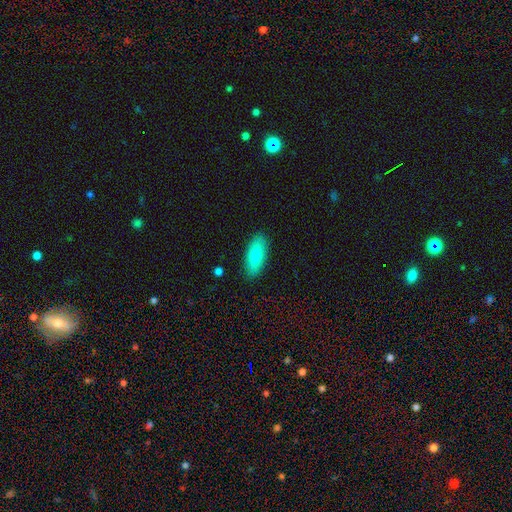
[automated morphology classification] This is likely a smooth galaxy (78%). How rounded: likely in between (77%). Merging: clearly none (88%).